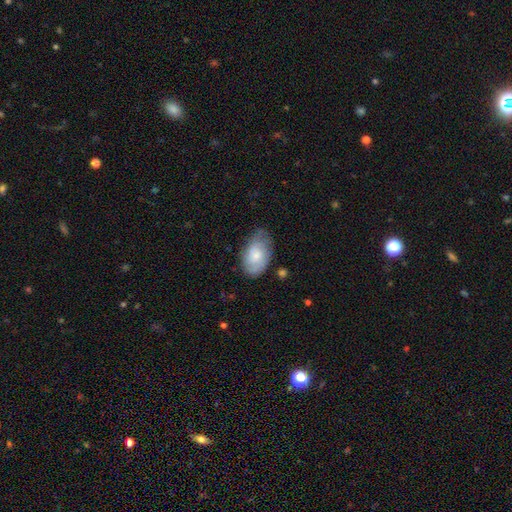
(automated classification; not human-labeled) This is possibly a smooth galaxy (57%). How rounded: clearly in between (91%). Merging: likely none (64%).